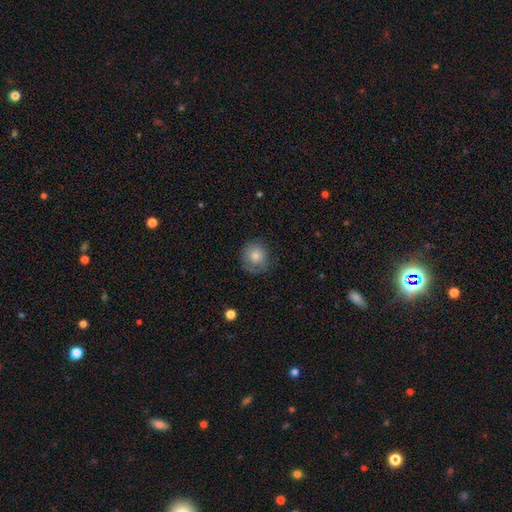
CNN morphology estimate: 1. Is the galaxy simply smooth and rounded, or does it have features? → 80% smooth, 11% featured or disk, 9% star or artifact.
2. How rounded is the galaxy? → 91% round, 8% in between, 1% cigar-shaped.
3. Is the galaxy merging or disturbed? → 75% none, 18% minor disturbance, 6% major disturbance, 1% merger.